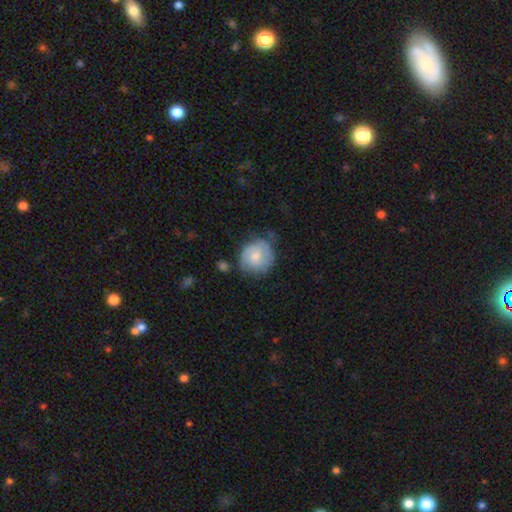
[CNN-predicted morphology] Smooth or featured? Predicted: smooth (p=0.51). How rounded? Predicted: round (p=0.83). Merging? Predicted: none (p=0.62).